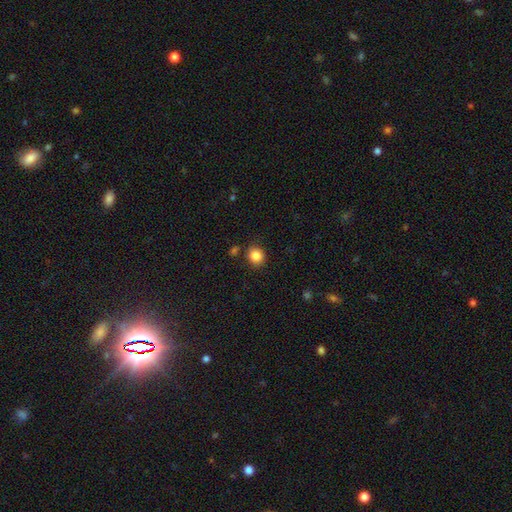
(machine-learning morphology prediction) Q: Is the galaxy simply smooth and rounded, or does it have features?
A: smooth — 85%.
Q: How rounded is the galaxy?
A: round — 77%.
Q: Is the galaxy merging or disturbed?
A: none — 84%.